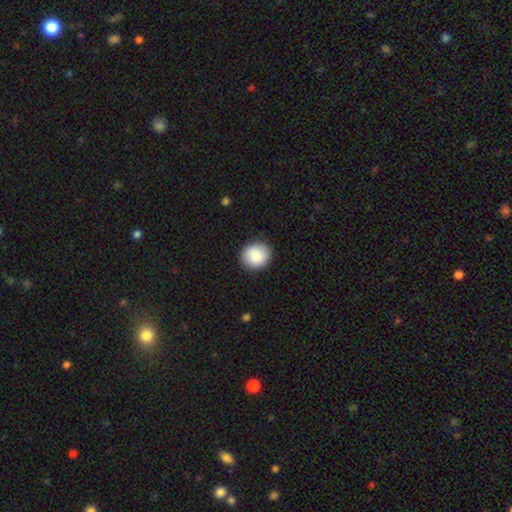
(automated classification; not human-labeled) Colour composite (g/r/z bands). It shows a smooth galaxy with no disk features (87%) that is round (82%). Merging: none (89%).